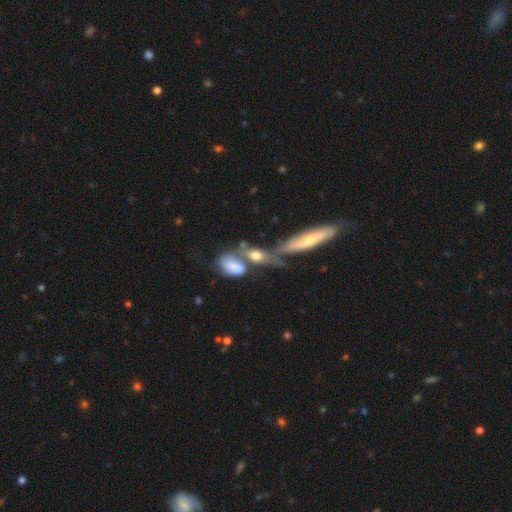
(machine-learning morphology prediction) Smooth or featured? smooth (57%)
How rounded? in between (66%)
Merging? merger (49%)